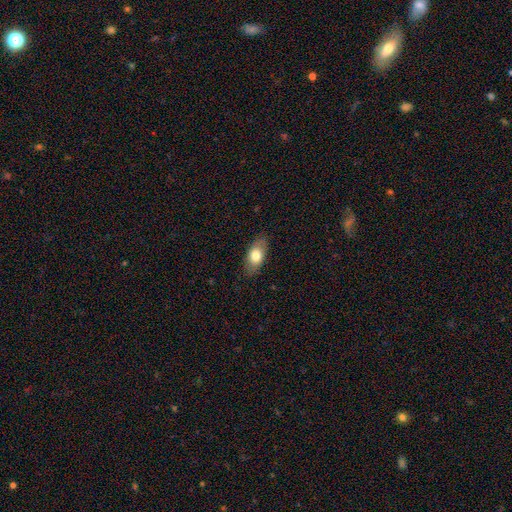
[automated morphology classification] smooth 73%, featured or disk 21%, star or artifact 7%. Down the decision tree: how rounded — in between (87%); merging — none (82%).